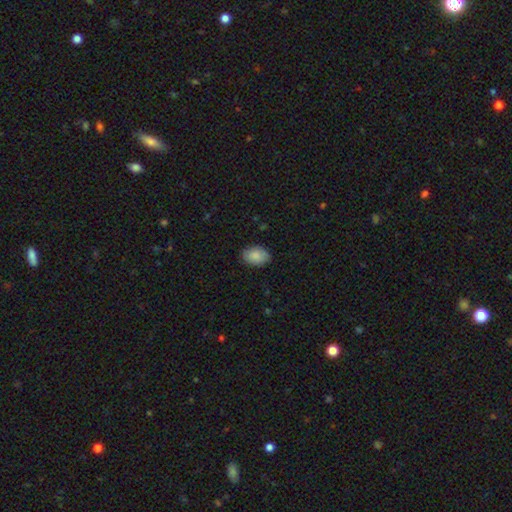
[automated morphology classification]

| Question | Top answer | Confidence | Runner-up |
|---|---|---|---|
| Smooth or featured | smooth | 87% | featured or disk (7%) |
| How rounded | in between | 83% | round (16%) |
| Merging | none | 85% | minor disturbance (12%) |